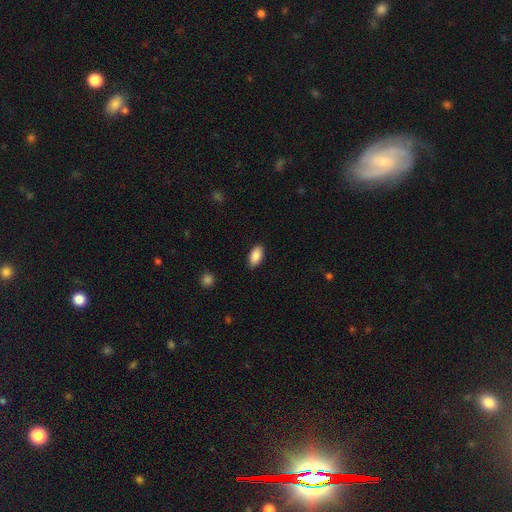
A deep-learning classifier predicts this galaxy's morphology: smooth_or_featured: smooth (p=0.89) [alt: star or artifact p=0.07]
how_rounded: in between (p=0.94) [alt: round p=0.03]
merging: none (p=0.88) [alt: minor disturbance p=0.09]